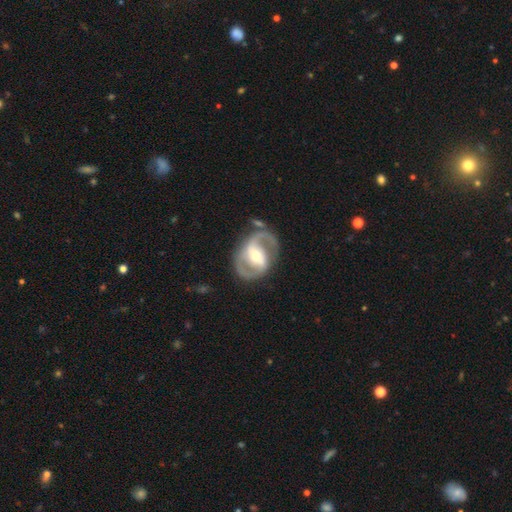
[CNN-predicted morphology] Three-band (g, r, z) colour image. It shows a featured or disk galaxy (86%) with a strong bar (43%), 2 (89%) medium (54%) spiral arms (90%) and a moderate central bulge (60%). Merging: none (73%).